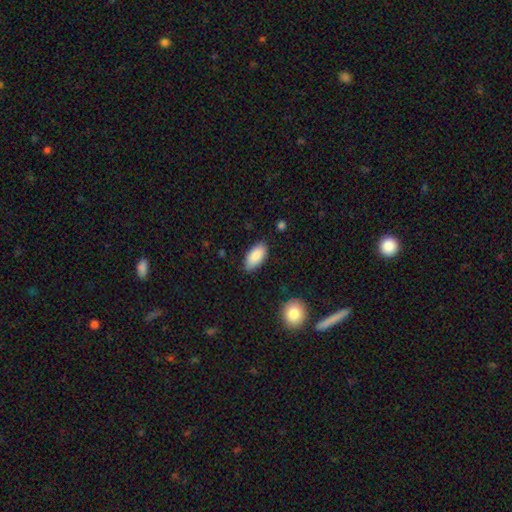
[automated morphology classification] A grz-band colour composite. It shows a smooth galaxy with no disk features (88%) that is in between round and cigar-shaped (92%). Merging: none (82%).